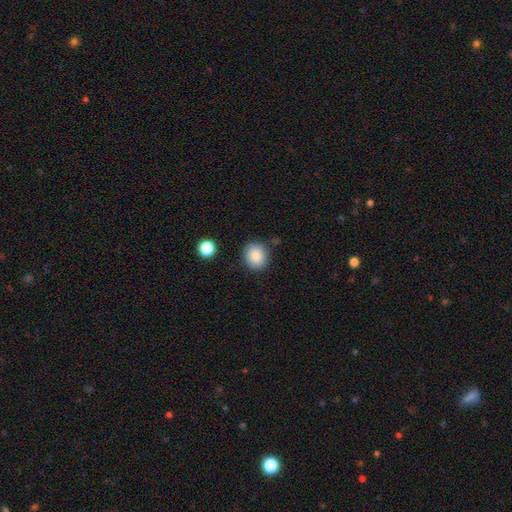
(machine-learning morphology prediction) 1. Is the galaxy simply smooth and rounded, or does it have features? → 85% smooth, 9% star or artifact, 6% featured or disk.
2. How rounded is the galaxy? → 73% round, 26% in between, 1% cigar-shaped.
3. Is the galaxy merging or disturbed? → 84% none, 10% minor disturbance, 3% major disturbance, 3% merger.